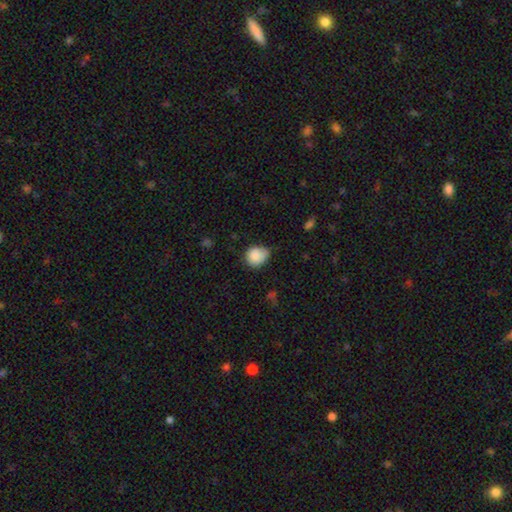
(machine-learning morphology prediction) smooth-or-featured: smooth: 86% | star or artifact: 8% | featured or disk: 6%
  how-rounded: round: 67% | in between: 32% | cigar-shaped: 1%
  merging: none: 53% | minor disturbance: 37% | major disturbance: 8% | merger: 2%